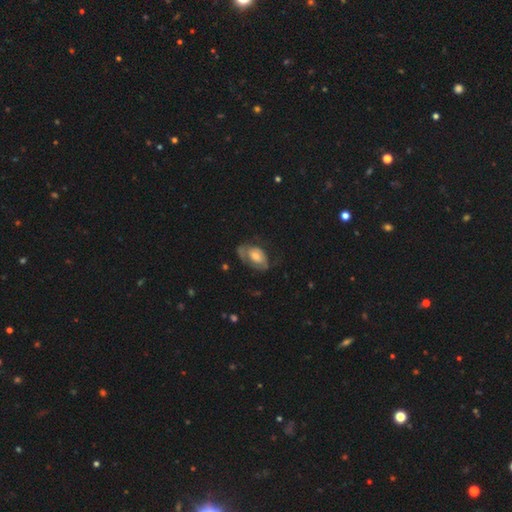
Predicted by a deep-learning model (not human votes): Smooth or featured: featured or disk — 53% (smooth — 38%)
Edge-on disk: no — 93% (yes — 7%)
Merging: none — 52% (minor disturbance — 25%)